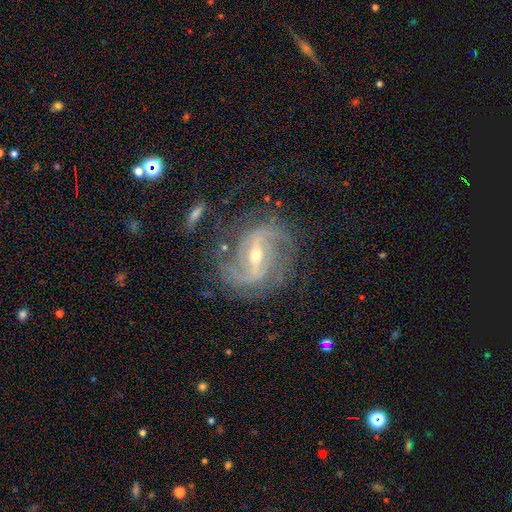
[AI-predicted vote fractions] The model was most divided on "bulge size": small: 50%, moderate: 46%, large: 2%, none: 1%, dominant: 1%. Remaining: spiral arms — yes (98%); edge-on disk — no (97%); smooth or featured — featured or disk (91%); merging — none (72%); spiral arm count — 2 (63%); bar — strong (54%); spiral winding — medium (48%).